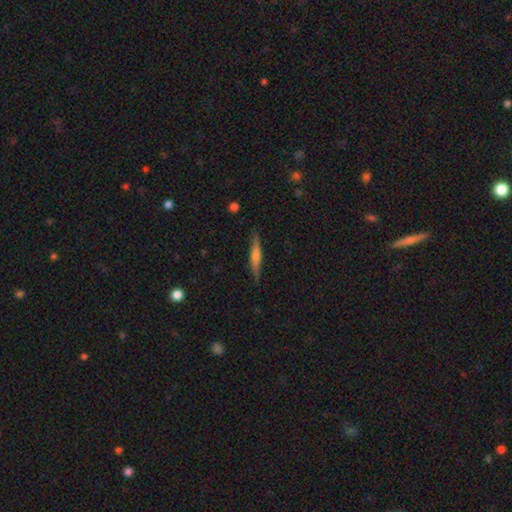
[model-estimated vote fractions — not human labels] Overall: featured or disk (51%; smooth 42%). Edge-on disk: yes (96%). Merging: none (87%).